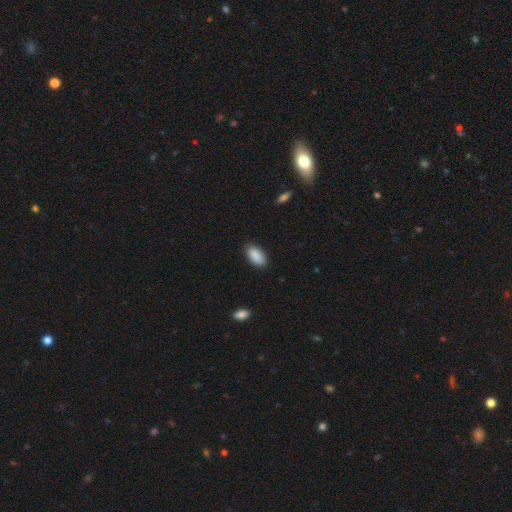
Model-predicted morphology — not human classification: This is clearly a smooth galaxy (90%). How rounded: clearly in between (93%). Merging: clearly none (86%).